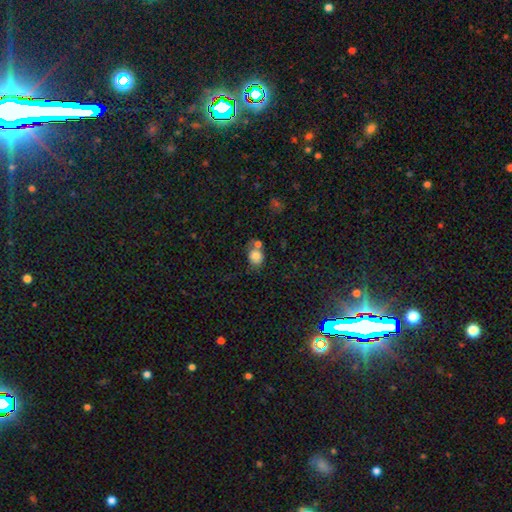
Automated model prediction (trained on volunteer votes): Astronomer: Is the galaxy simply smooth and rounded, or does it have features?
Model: smooth — 79%.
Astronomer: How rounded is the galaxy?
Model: round — 63%.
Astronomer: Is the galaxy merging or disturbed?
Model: none — 46% (runner-up: merger, 30%).